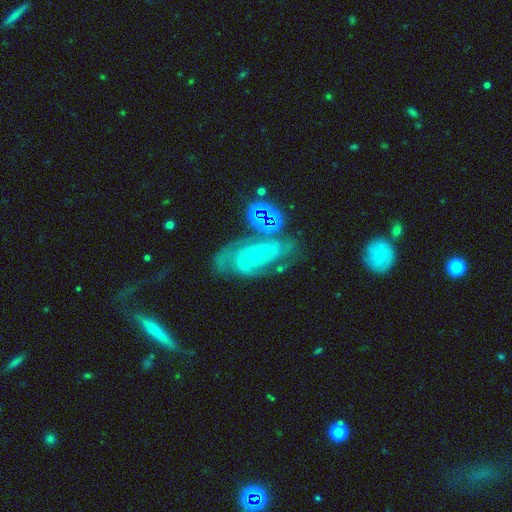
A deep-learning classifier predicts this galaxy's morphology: Smooth or featured: featured or disk — 82% (star or artifact — 9%)
Edge-on disk: no — 95% (yes — 5%)
Bar: no — 69% (weak — 23%)
Spiral arms: yes — 92% (no — 8%)
Spiral winding: tight — 58% (medium — 33%)
Spiral arm count: 2 — 44% (can't tell — 29%)
Bulge size: small — 77% (moderate — 20%)
Merging: none — 53% (minor disturbance — 21%)